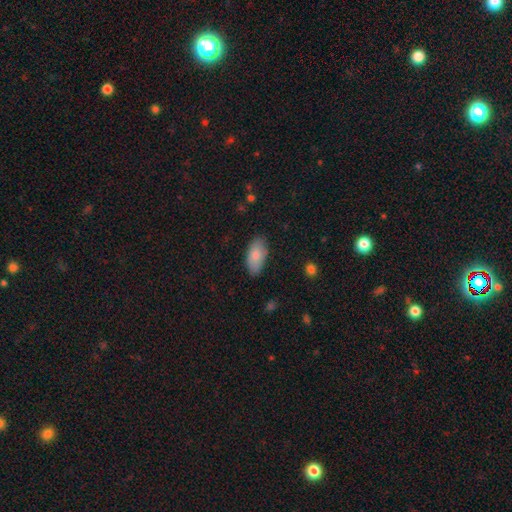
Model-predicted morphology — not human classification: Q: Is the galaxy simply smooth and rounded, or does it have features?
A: smooth — 82%.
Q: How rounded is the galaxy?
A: in between — 93%.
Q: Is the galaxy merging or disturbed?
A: none — 83%.